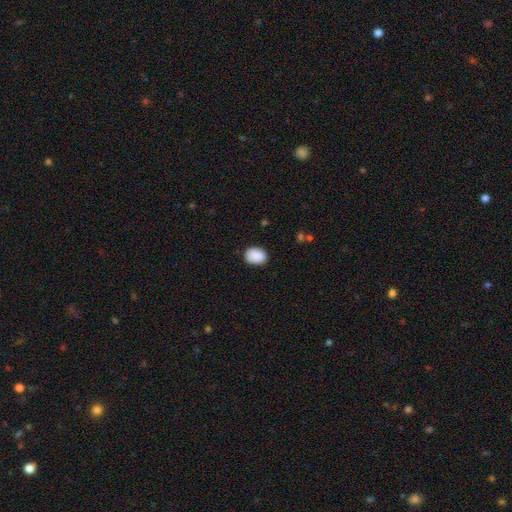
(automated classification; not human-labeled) This appears to be a smooth galaxy with no disk features (90%) that is in between round and cigar-shaped (70%). Merging: none (84%).